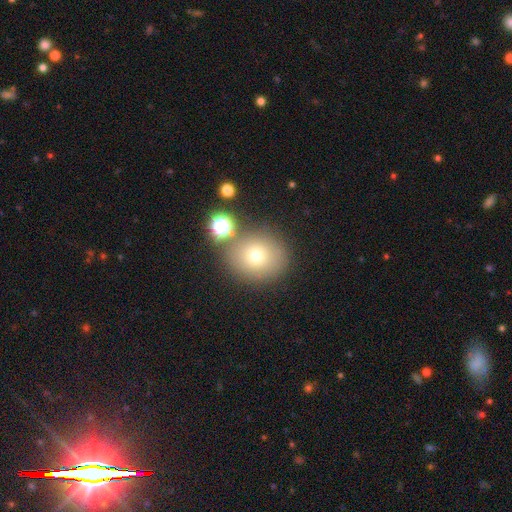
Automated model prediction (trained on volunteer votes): Smooth or featured: smooth — 72% (star or artifact — 15%)
How rounded: round — 81% (in between — 18%)
Merging: none — 75% (merger — 11%)